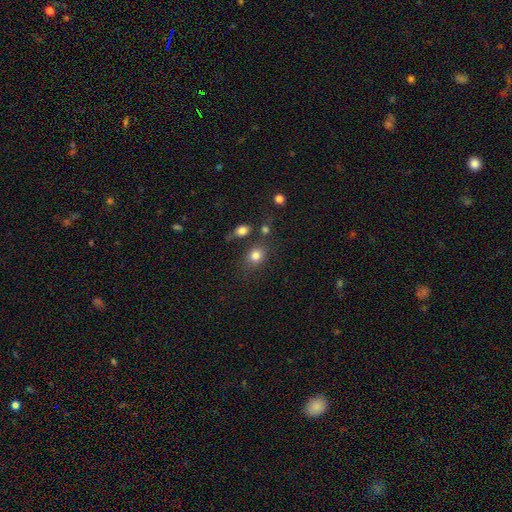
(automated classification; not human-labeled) Smooth or featured?
  - smooth: 81% *
  - star or artifact: 12%
  - featured or disk: 8%
How rounded?
  - round: 54% *
  - in between: 45%
  - cigar-shaped: 1%
Merging?
  - none: 71% *
  - minor disturbance: 14%
  - merger: 10%
  - major disturbance: 5%